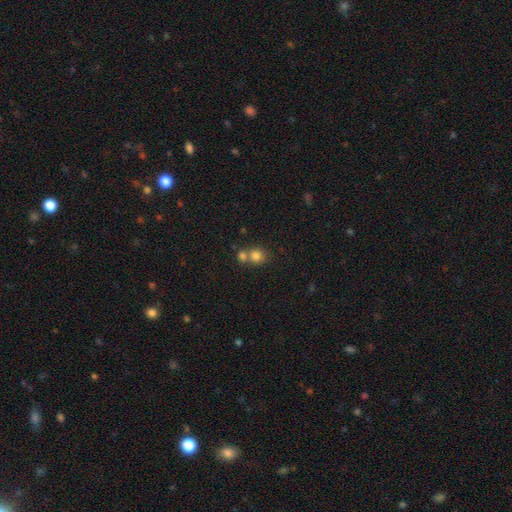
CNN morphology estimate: A smooth galaxy with no disk features (80%) that is round (82%).

Vote fractions:
- Smooth or featured? smooth: 80% / star or artifact: 12% / featured or disk: 9%
- How rounded? round: 82% / in between: 17% / cigar-shaped: 1%
- Merging? merger: 45% (tied) / none: 45% (tied) / minor disturbance: 7% / major disturbance: 3%